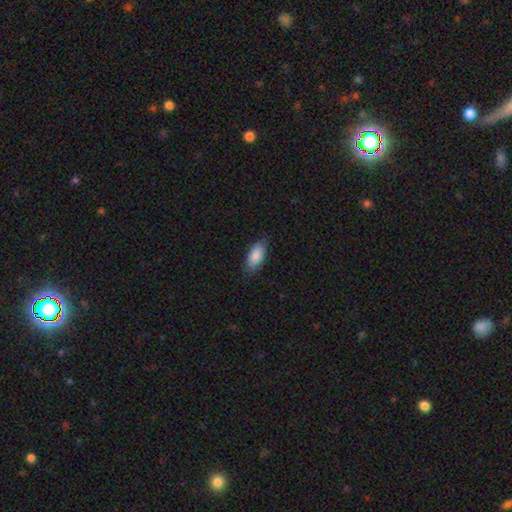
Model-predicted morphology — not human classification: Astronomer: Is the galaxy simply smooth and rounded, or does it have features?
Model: smooth — 87%.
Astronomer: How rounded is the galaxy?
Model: in between — 87%.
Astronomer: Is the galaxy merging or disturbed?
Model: none — 82%.